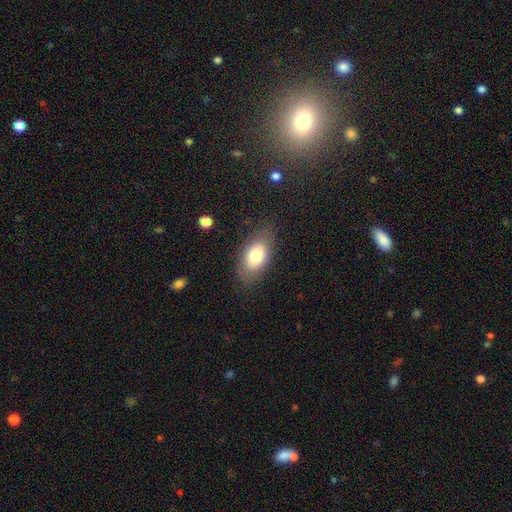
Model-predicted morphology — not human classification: Smooth or featured?
  - smooth: 74% *
  - featured or disk: 18%
  - star or artifact: 8%
How rounded?
  - in between: 90% *
  - round: 8%
  - cigar-shaped: 2%
Merging?
  - none: 79% *
  - minor disturbance: 14%
  - major disturbance: 5%
  - merger: 1%